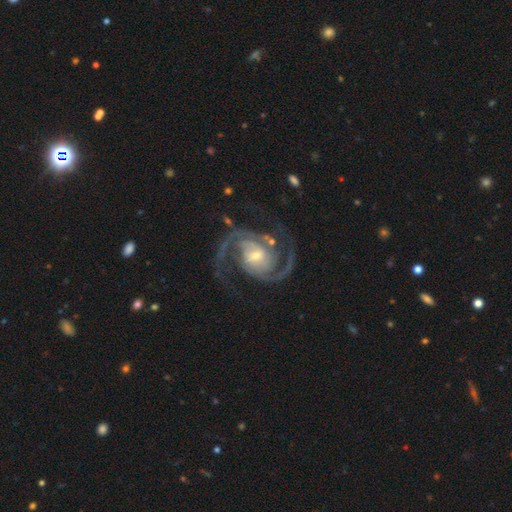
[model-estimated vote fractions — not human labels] Smooth or featured?
  - featured or disk: 93% *
  - star or artifact: 4%
  - smooth: 3%
Edge-on disk?
  - no: 98% *
  - yes: 2%
Bar?
  - weak: 42% *
  - no: 40%
  - strong: 19%
Spiral arms?
  - yes: 99% *
  - no: 1%
Spiral winding?
  - medium: 61% *
  - tight: 23%
  - loose: 16%
Spiral arm count?
  - 2: 90% *
  - 3: 4%
  - can't tell: 2%
  - 1: 1%
  - 4: 1%
  - more than 4: 1%
Bulge size?
  - small: 49% *
  - moderate: 43%
  - large: 5%
  - none: 2%
  - dominant: 1%
Merging?
  - none: 76% *
  - minor disturbance: 13%
  - major disturbance: 8%
  - merger: 2%